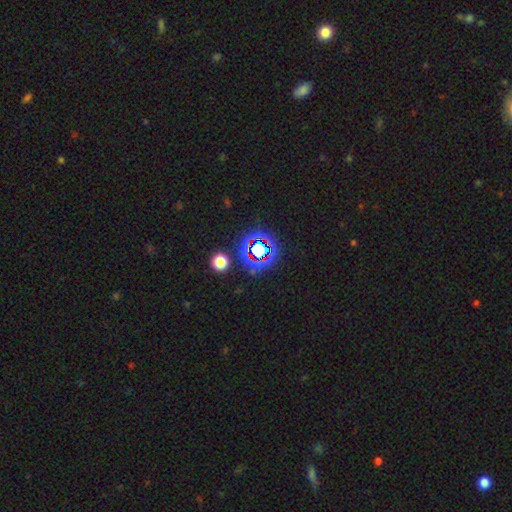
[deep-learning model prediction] The model was most divided on "smooth or featured": star or artifact: 75%, smooth: 16%, featured or disk: 9%.